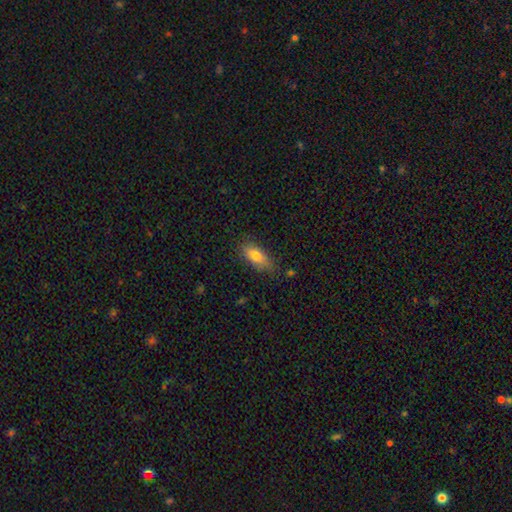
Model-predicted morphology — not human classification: smooth 80%, featured or disk 13%, star or artifact 8%. Down the decision tree: how rounded — in between (81%); merging — none (76%).